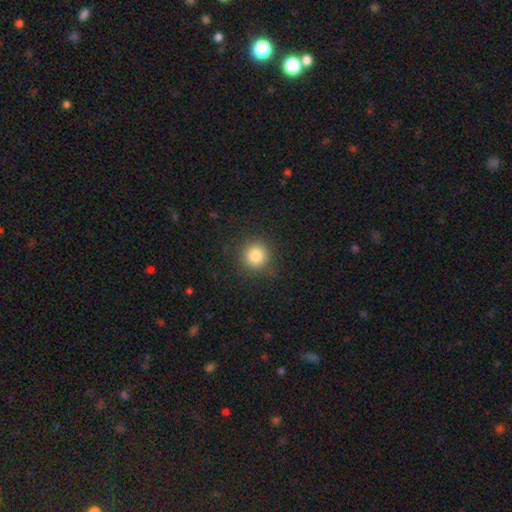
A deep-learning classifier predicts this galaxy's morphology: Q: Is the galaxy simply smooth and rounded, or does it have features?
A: smooth — 82%.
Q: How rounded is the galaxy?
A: round — 93%.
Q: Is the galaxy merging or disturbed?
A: none — 87%.